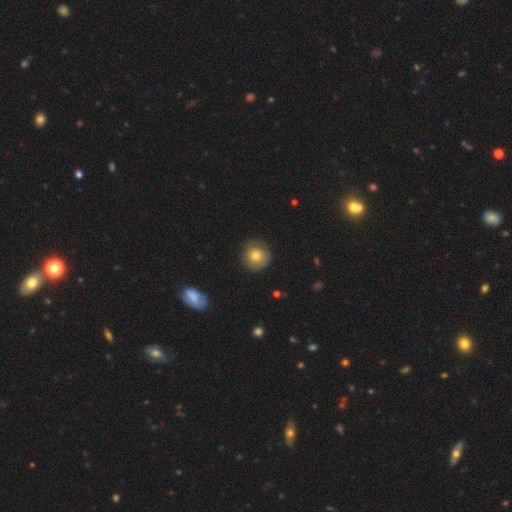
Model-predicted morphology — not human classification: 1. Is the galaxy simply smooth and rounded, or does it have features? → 66% smooth, 26% featured or disk, 8% star or artifact.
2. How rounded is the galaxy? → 93% round, 6% in between, 1% cigar-shaped.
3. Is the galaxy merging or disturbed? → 82% none, 13% minor disturbance, 4% major disturbance, 1% merger.